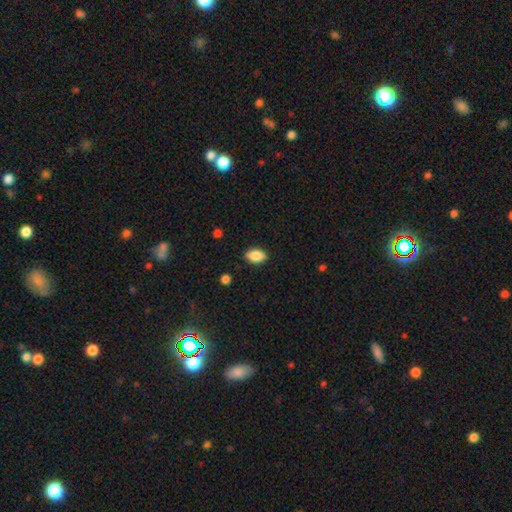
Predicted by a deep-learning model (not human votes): Smooth or featured? smooth (86%)
How rounded? in between (87%)
Merging? none (87%)